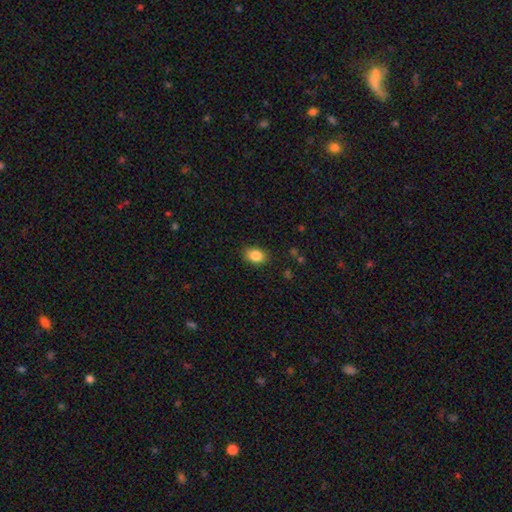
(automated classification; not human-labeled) smooth-or-featured: smooth: 86% | star or artifact: 9% | featured or disk: 5%
  how-rounded: in between: 76% | round: 23% | cigar-shaped: 1%
  merging: none: 86% | minor disturbance: 10% | major disturbance: 3% | merger: 1%